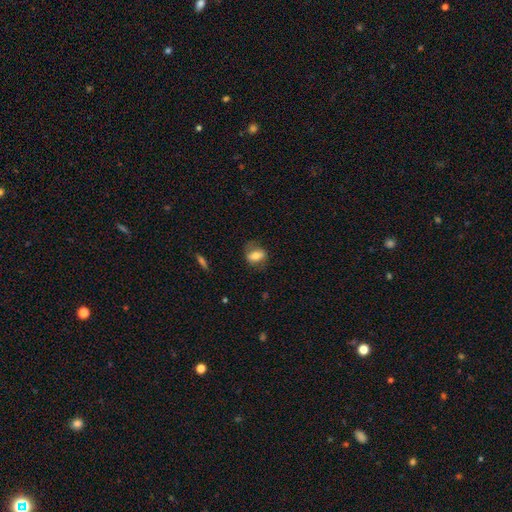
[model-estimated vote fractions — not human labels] A smooth galaxy with no disk features (68%) that is in between round and cigar-shaped (76%). Merging: none (66%).